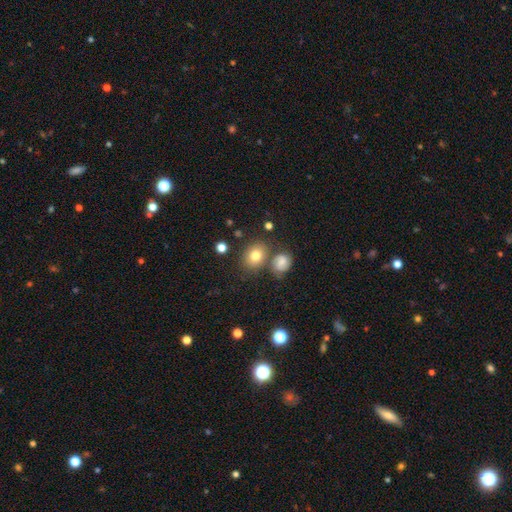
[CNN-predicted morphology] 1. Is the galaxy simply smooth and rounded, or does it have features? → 76% smooth, 13% featured or disk, 11% star or artifact.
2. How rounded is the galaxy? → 51% round, 48% in between, 1% cigar-shaped.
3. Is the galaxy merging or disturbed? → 69% none, 13% merger, 13% minor disturbance, 4% major disturbance.